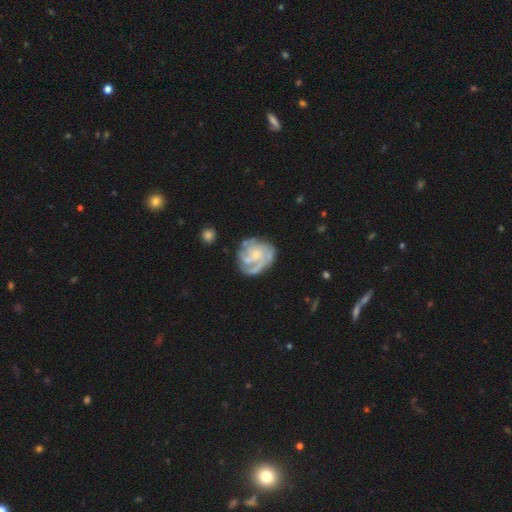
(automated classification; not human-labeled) Smooth or featured: featured or disk — 79% (smooth — 15%)
Edge-on disk: no — 98% (yes — 2%)
Bar: no — 70% (weak — 25%)
Spiral arms: yes — 88% (no — 12%)
Spiral winding: tight — 53% (medium — 35%)
Spiral arm count: can't tell — 31% (3 — 28%)
Bulge size: small — 46% (moderate — 30%)
Merging: none — 63% (minor disturbance — 21%)